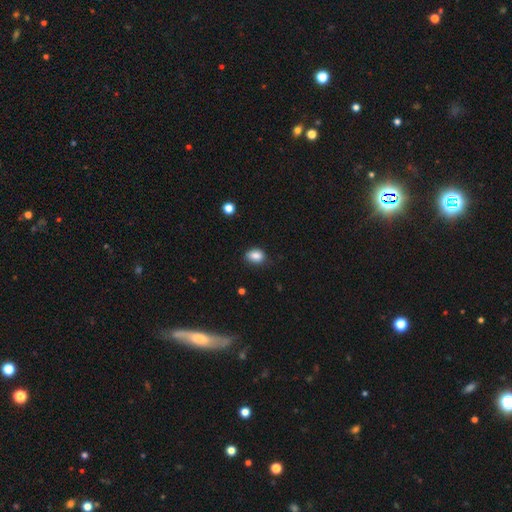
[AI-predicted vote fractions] A smooth galaxy with no disk features (86%) that is in between round and cigar-shaped (67%).

Vote fractions:
- Smooth or featured? smooth: 86% / star or artifact: 9% / featured or disk: 5%
- How rounded? in between: 67% / round: 32% / cigar-shaped: 1%
- Merging? none: 77% / minor disturbance: 18% / major disturbance: 3% / merger: 1%